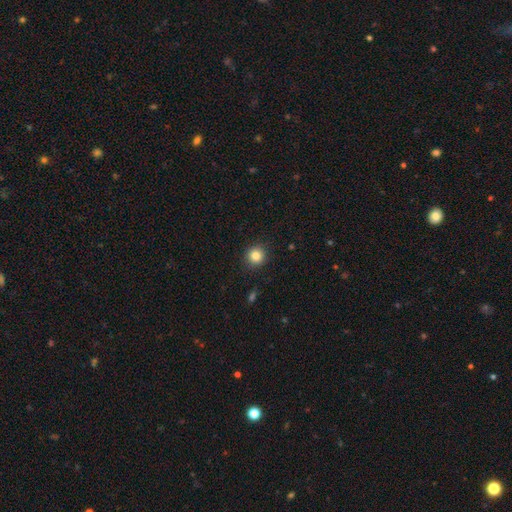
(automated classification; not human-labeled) smooth_or_featured: smooth (p=0.84) [alt: star or artifact p=0.10]
how_rounded: round (p=0.93) [alt: in between p=0.07]
merging: none (p=0.91) [alt: minor disturbance p=0.06]